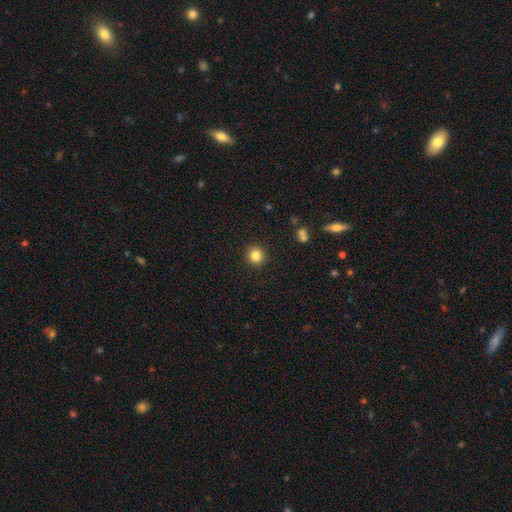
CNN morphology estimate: smooth-or-featured: smooth: 83% | star or artifact: 11% | featured or disk: 5%
  how-rounded: round: 91% | in between: 8% | cigar-shaped: 1%
  merging: none: 92% | minor disturbance: 5% | major disturbance: 2% | merger: 1%